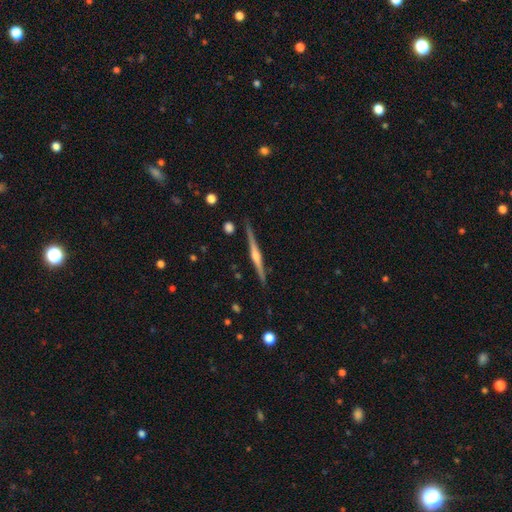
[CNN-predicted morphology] A featured or disk galaxy (83%) viewed edge-on (99%) with a rounded central bulge (88%). Merging: none (90%).